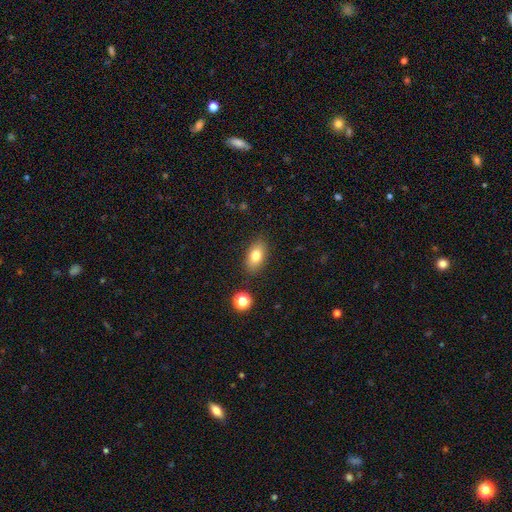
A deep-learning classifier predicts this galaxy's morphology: Smooth or featured? smooth (80%)
How rounded? in between (88%)
Merging? none (85%)